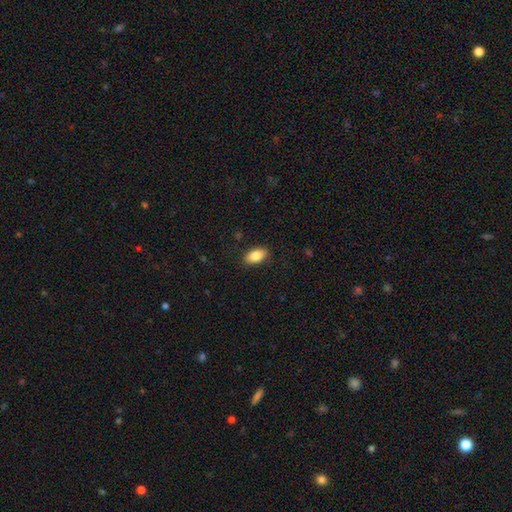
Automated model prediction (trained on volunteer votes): Smooth or featured?
  - smooth: 85% *
  - featured or disk: 8%
  - star or artifact: 7%
How rounded?
  - in between: 92% *
  - round: 5%
  - cigar-shaped: 4%
Merging?
  - none: 88% *
  - minor disturbance: 9%
  - major disturbance: 2%
  - merger: 1%